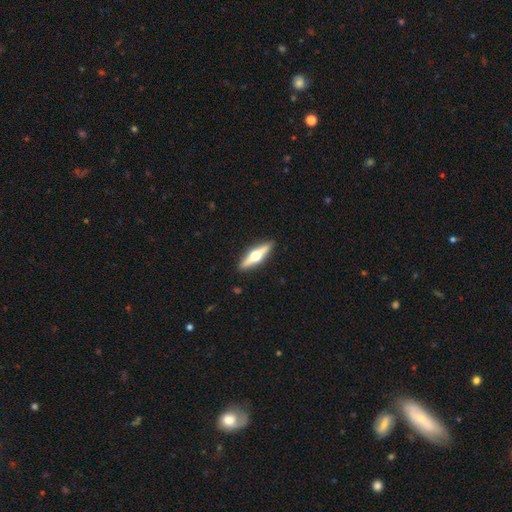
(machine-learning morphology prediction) This is likely a featured or disk galaxy (65%). It is clearly viewed edge-on (96%). Edge-on bulge: clearly rounded (96%). Merging: clearly none (91%).